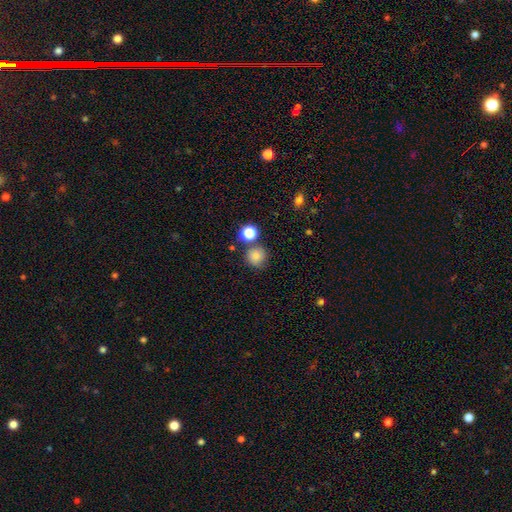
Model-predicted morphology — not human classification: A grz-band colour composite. It shows a smooth galaxy with no disk features (82%) that is round (91%). Merging: none (71%).